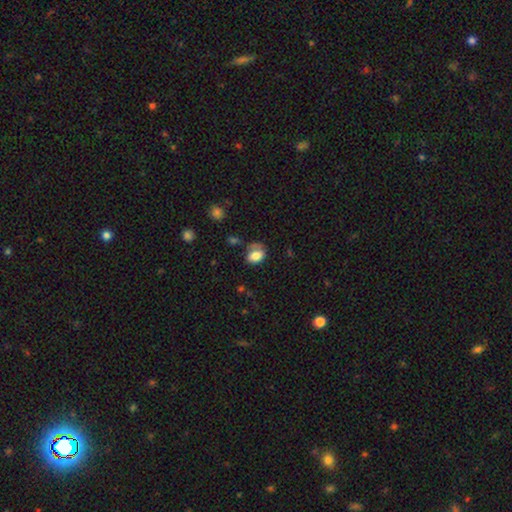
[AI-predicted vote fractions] smooth-or-featured: smooth: 79% | featured or disk: 12% | star or artifact: 9%
  how-rounded: in between: 78% | round: 21% | cigar-shaped: 1%
  merging: none: 48% | minor disturbance: 28% | major disturbance: 16% | merger: 8%